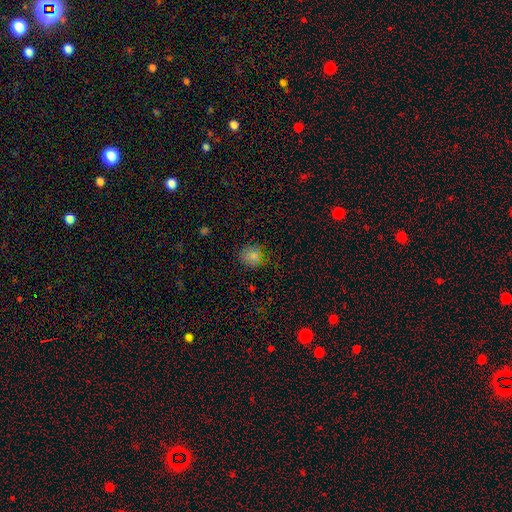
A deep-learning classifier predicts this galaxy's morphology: This is likely a smooth galaxy (74%). How rounded: likely round (76%). Merging: likely none (79%).